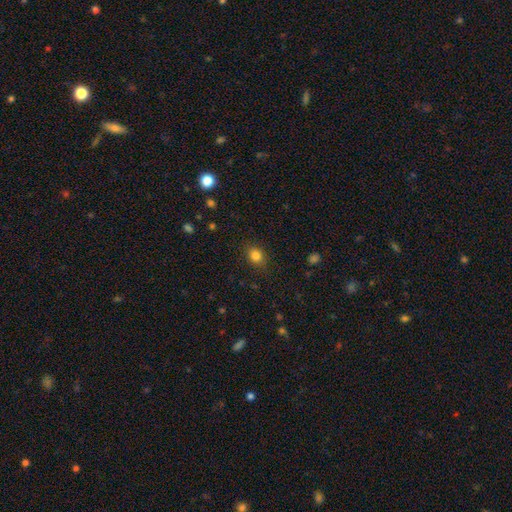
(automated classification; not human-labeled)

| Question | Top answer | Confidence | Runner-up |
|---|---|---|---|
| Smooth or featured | smooth | 82% | star or artifact (12%) |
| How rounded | round | 56% | in between (43%) |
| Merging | none | 85% | minor disturbance (11%) |